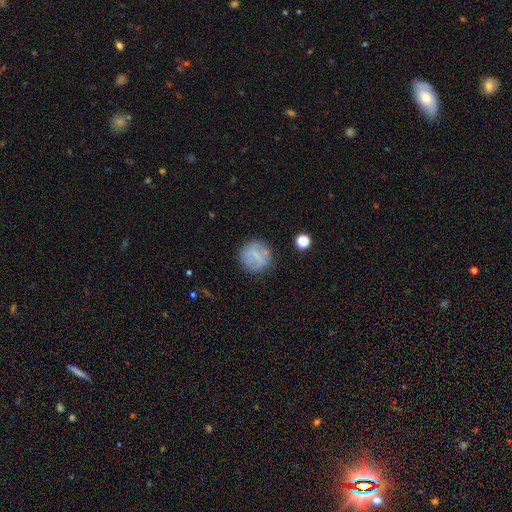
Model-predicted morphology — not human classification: smooth_or_featured: smooth (p=0.53) [alt: featured or disk p=0.36]
how_rounded: round (p=0.87) [alt: in between p=0.12]
merging: none (p=0.77) [alt: minor disturbance p=0.14]